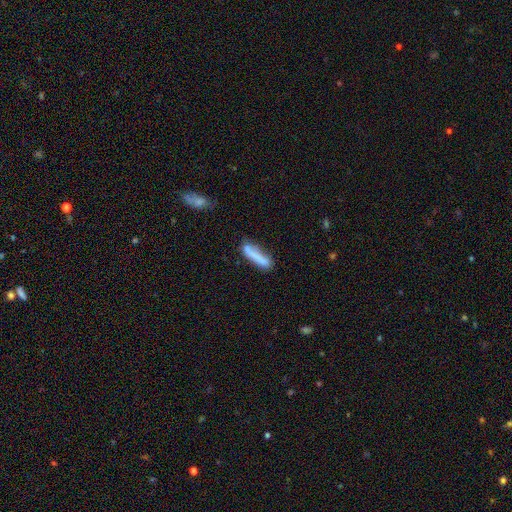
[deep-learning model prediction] A smooth galaxy with no disk features (75%) that is cigar-shaped (84%).

Vote fractions:
- Smooth or featured? smooth: 75% / featured or disk: 18% / star or artifact: 8%
- How rounded? cigar-shaped: 84% / in between: 14% / round: 2%
- Merging? none: 58% / minor disturbance: 22% / merger: 12% / major disturbance: 8%